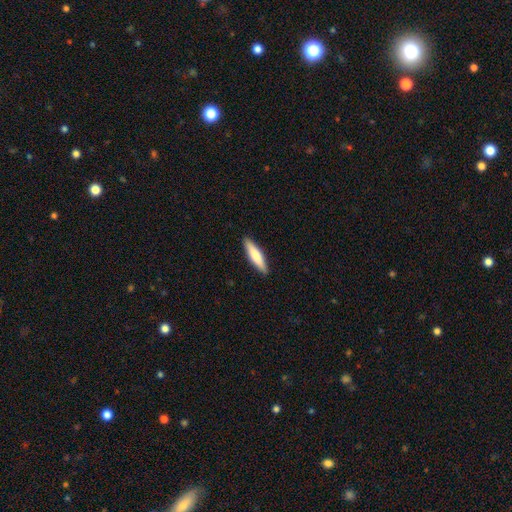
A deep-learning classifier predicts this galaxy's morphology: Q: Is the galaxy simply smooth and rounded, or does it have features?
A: smooth — 74%.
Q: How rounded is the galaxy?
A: cigar-shaped — 75%.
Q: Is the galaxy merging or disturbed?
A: none — 90%.